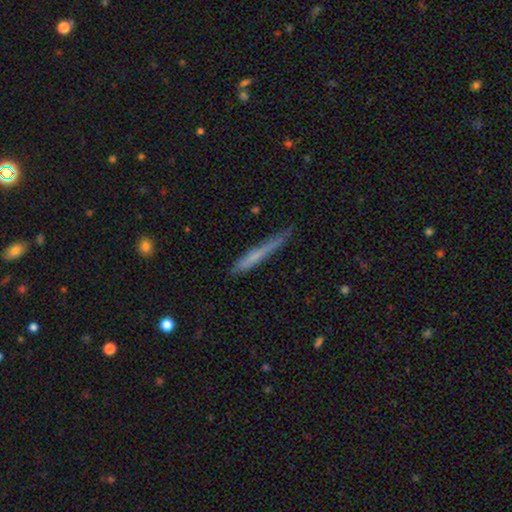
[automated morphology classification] Smooth or featured?
  - smooth: 57% *
  - featured or disk: 35%
  - star or artifact: 7%
How rounded?
  - cigar-shaped: 96% *
  - in between: 3%
  - round: 2%
Merging?
  - none: 71% *
  - minor disturbance: 21%
  - major disturbance: 5%
  - merger: 2%